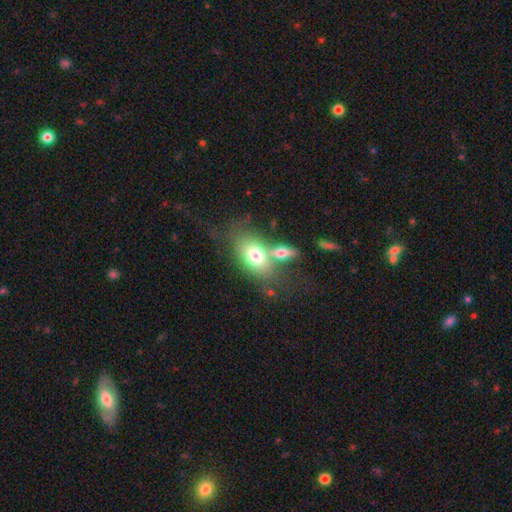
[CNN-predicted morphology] A smooth galaxy with no disk features (69%) that is in between round and cigar-shaped (83%). Merging: merger (43%).